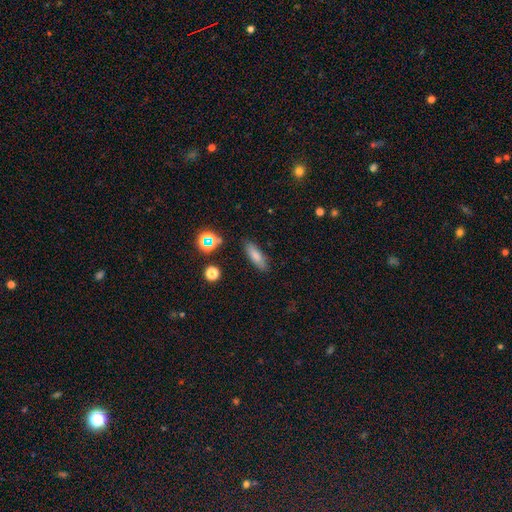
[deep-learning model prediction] Morphology: type=smooth (76%); roundness=in between (49%); merging=none (84%).